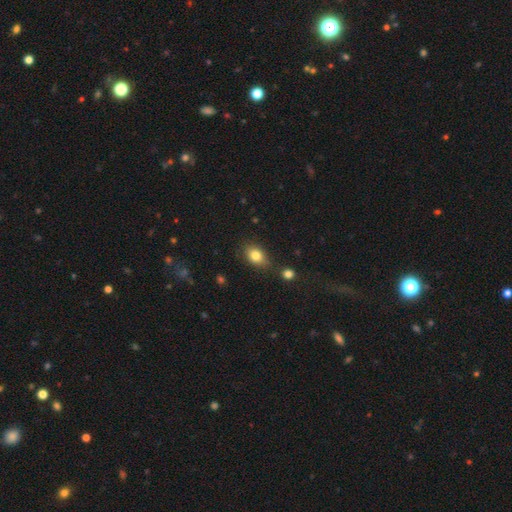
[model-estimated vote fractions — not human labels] Smooth or featured?
  - smooth: 81% *
  - star or artifact: 10%
  - featured or disk: 9%
How rounded?
  - in between: 73% *
  - round: 25%
  - cigar-shaped: 2%
Merging?
  - none: 71% *
  - minor disturbance: 19%
  - merger: 5%
  - major disturbance: 4%